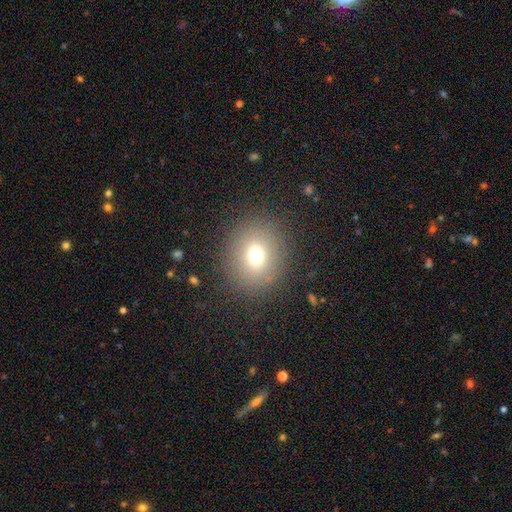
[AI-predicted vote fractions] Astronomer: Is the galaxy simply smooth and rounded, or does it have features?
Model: smooth — 71%.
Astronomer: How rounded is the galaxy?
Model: round — 76%.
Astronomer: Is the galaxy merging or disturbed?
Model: none — 86%.